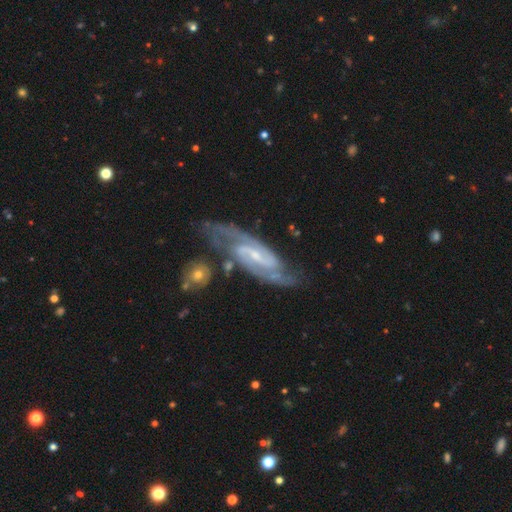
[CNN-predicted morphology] Smooth or featured?
  - featured or disk: 91% *
  - star or artifact: 5%
  - smooth: 4%
Edge-on disk?
  - no: 94% *
  - yes: 6%
Bar?
  - weak: 46% *
  - strong: 37%
  - no: 17%
Spiral arms?
  - yes: 98% *
  - no: 2%
Spiral winding?
  - medium: 53% *
  - tight: 35%
  - loose: 12%
Spiral arm count?
  - 2: 88% *
  - can't tell: 4%
  - 3: 4%
  - 4: 2%
  - 1: 1%
  - more than 4: 1%
Bulge size?
  - small: 73% *
  - moderate: 19%
  - none: 5%
  - large: 1%
  - dominant: 1%
Merging?
  - none: 72% *
  - minor disturbance: 16%
  - merger: 7%
  - major disturbance: 6%